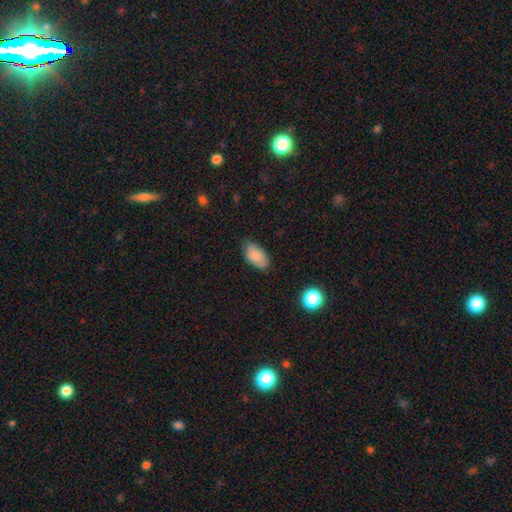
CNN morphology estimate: type=smooth (84%); roundness=in between (94%); merging=none (71%).